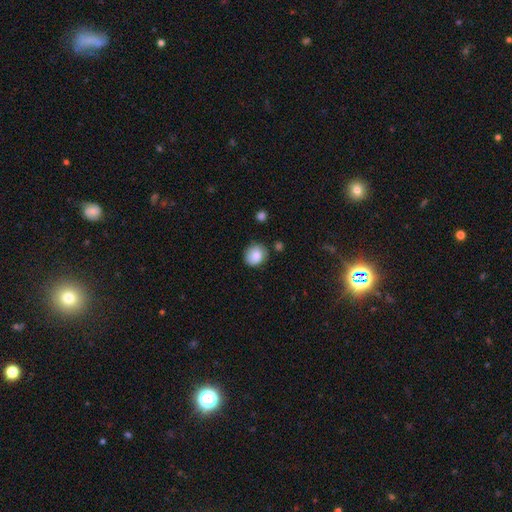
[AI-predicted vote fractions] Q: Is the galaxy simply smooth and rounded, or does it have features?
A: smooth — 86%.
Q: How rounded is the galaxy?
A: round — 76%.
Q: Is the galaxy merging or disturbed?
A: none — 75%.